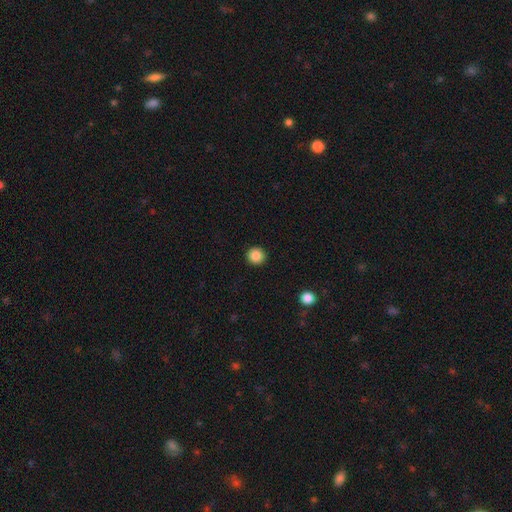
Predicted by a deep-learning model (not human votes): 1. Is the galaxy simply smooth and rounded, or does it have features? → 88% smooth, 9% star or artifact, 3% featured or disk.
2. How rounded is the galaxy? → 94% round, 5% in between, 1% cigar-shaped.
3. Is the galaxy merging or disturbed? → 93% none, 4% minor disturbance, 2% major disturbance, 1% merger.